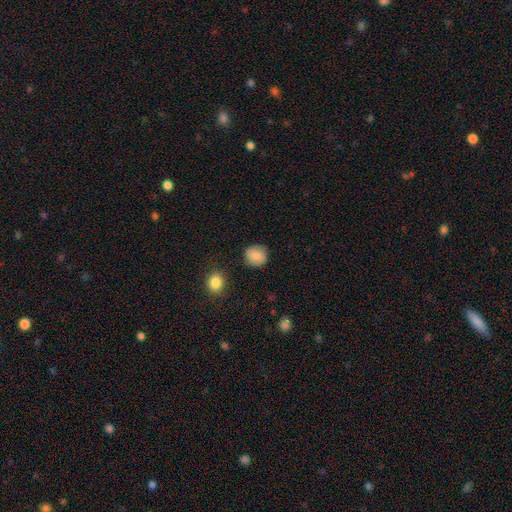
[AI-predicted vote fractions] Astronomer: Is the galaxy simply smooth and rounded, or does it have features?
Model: smooth — 86%.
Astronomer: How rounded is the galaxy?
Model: round — 87%.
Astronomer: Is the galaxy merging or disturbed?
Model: none — 87%.